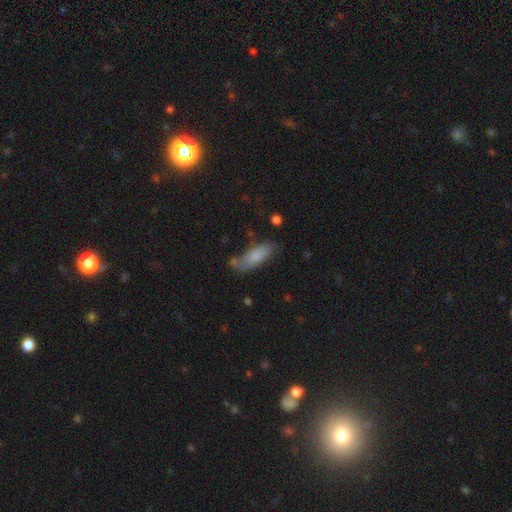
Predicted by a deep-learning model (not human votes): smooth_or_featured: smooth (p=0.80) [alt: featured or disk p=0.13]
how_rounded: in between (p=0.66) [alt: cigar-shaped p=0.32]
merging: none (p=0.59) [alt: minor disturbance p=0.25]